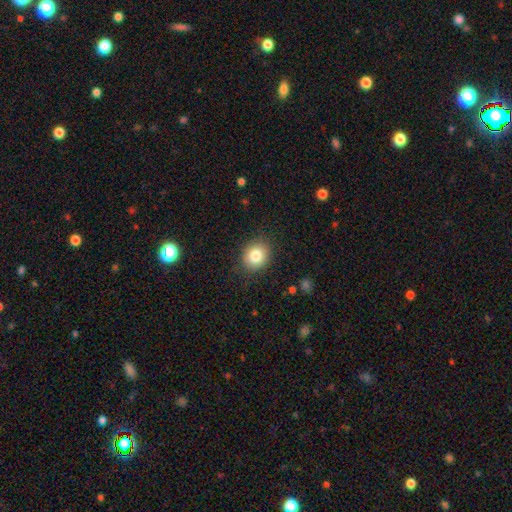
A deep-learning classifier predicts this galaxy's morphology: This appears to be a smooth galaxy with no disk features (82%) that is round (74%). Merging: none (87%).